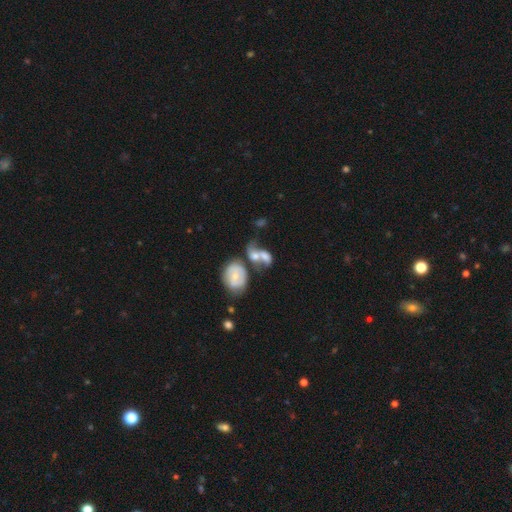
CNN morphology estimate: Overall: featured or disk (45%, tied with smooth). Merging: merger (62%).